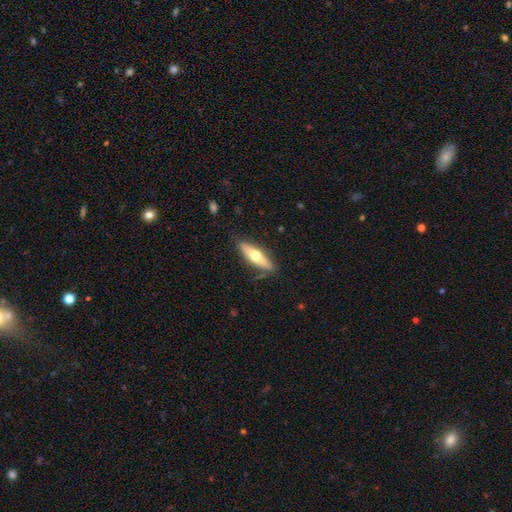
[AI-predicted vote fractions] Q: Smooth or featured?
A: smooth (49%); runner-up: featured or disk (46%)
Q: Merging?
A: none (84%); runner-up: minor disturbance (12%)